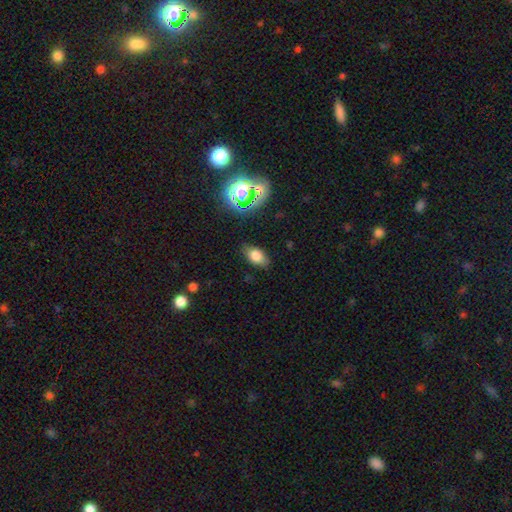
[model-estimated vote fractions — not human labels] smooth_or_featured: smooth (p=0.74) [alt: star or artifact p=0.15]
how_rounded: in between (p=0.88) [alt: round p=0.09]
merging: none (p=0.80) [alt: minor disturbance p=0.14]